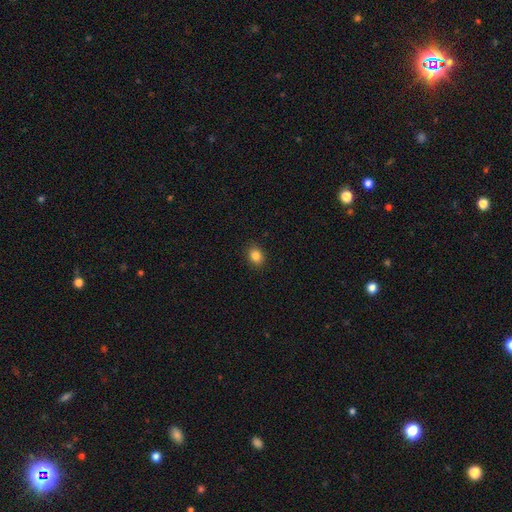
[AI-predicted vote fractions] This appears to be a smooth galaxy with no disk features (85%) that is in between round and cigar-shaped (55%). Merging: none (90%).